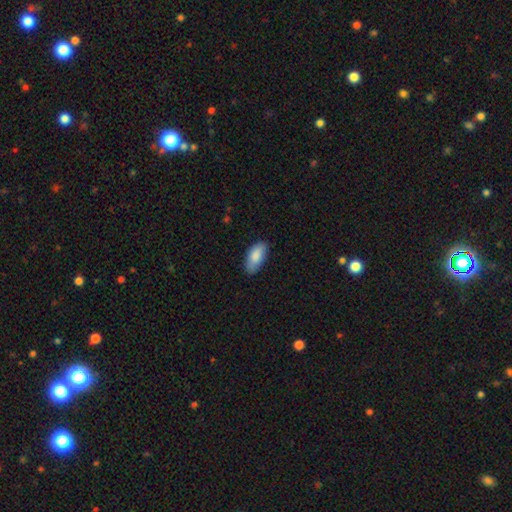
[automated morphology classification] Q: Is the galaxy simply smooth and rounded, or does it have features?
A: smooth — 85%.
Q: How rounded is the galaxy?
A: in between — 91%.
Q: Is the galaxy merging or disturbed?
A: none — 74%.